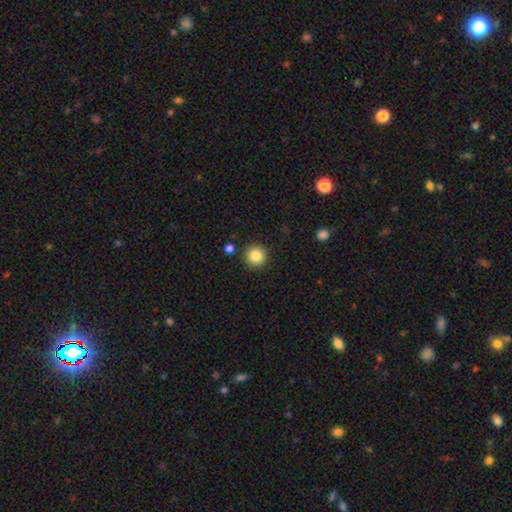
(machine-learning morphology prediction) This appears to be a smooth galaxy with no disk features (85%) that is round (95%). Merging: none (89%).